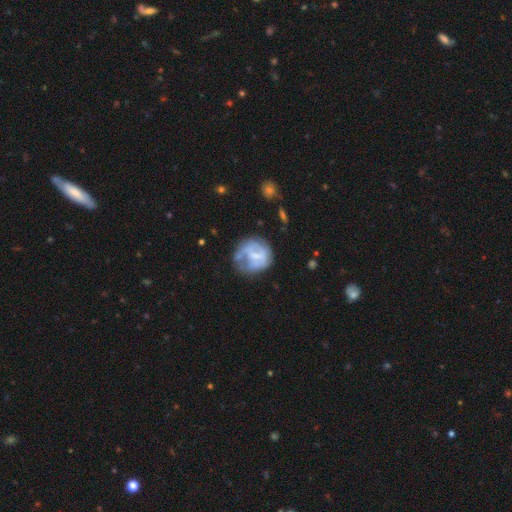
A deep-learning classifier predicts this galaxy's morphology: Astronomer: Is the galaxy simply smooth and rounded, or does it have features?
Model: featured or disk — 55% (runner-up: smooth, 38%).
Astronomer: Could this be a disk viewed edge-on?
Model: no — 98%.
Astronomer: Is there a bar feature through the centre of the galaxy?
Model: no — 47% (runner-up: weak, 40%).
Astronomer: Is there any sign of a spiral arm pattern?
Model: no — 62% (runner-up: yes, 38%).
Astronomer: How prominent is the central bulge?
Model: small — 33% (runner-up: none, 32%).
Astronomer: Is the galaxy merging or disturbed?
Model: none — 50%.